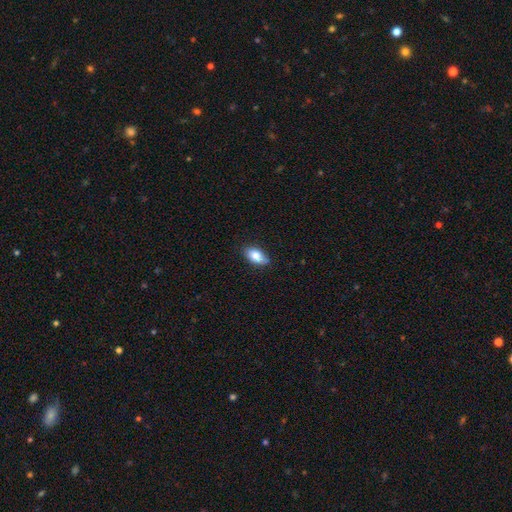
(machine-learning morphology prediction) The model was most divided on "merging": none: 76%, minor disturbance: 20%, major disturbance: 3%, merger: 1%. More confident: how rounded — in between (91%); smooth or featured — smooth (81%).